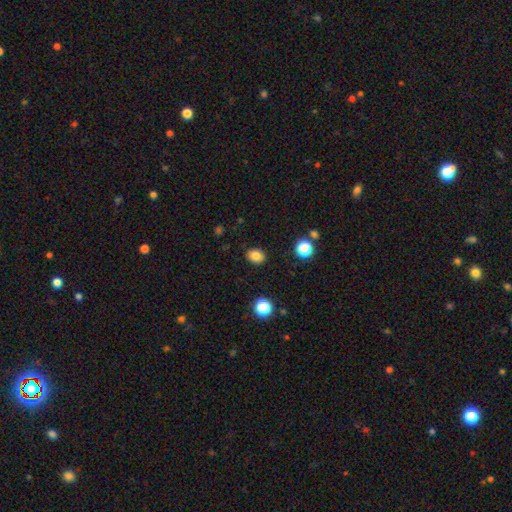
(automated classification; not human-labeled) A smooth galaxy with no disk features (83%) that is in between round and cigar-shaped (51%).

Vote fractions:
- Smooth or featured? smooth: 83% / star or artifact: 11% / featured or disk: 6%
- How rounded? in between: 51% / round: 48% / cigar-shaped: 1%
- Merging? none: 88% / minor disturbance: 8% / major disturbance: 2% / merger: 1%